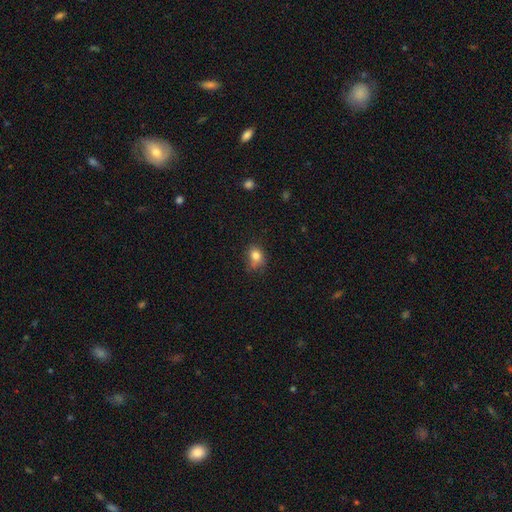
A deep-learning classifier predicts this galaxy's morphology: type=smooth (79%); roundness=round (53%); merging=none (55%).